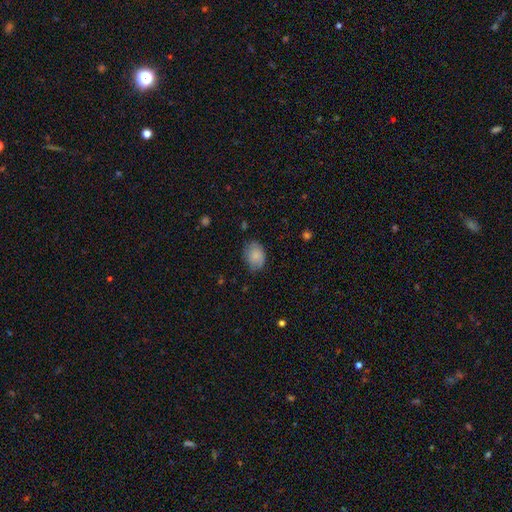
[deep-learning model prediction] Smooth or featured? smooth (82%)
How rounded? in between (73%)
Merging? none (70%)